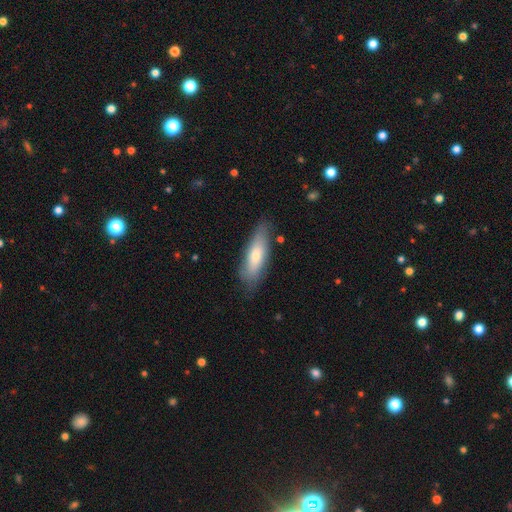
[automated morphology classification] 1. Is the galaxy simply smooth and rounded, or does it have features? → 67% smooth, 27% featured or disk, 6% star or artifact.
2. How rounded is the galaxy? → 52% in between, 46% cigar-shaped, 2% round.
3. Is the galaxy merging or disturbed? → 75% none, 19% minor disturbance, 4% major disturbance, 2% merger.